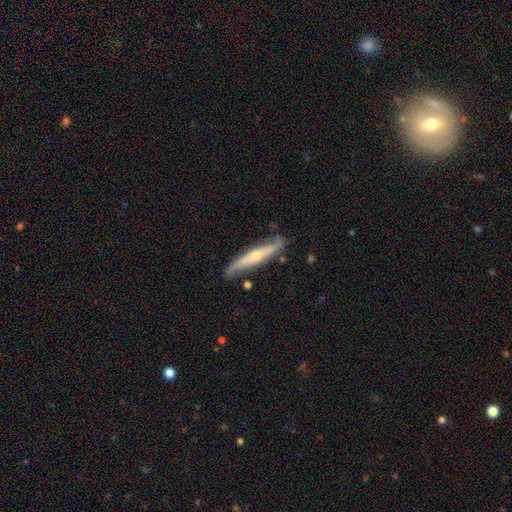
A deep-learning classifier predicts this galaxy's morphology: Overall: featured or disk (67%; smooth 28%). Edge-on disk: yes (75%). Edge-on bulge: rounded (81%). Merging: none (73%).